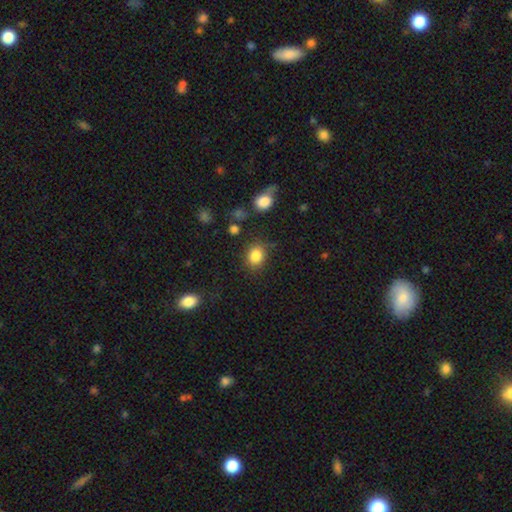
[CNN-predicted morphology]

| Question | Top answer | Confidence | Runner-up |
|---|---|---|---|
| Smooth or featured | smooth | 85% | star or artifact (10%) |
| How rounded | round | 56% | in between (43%) |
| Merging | none | 78% | minor disturbance (14%) |